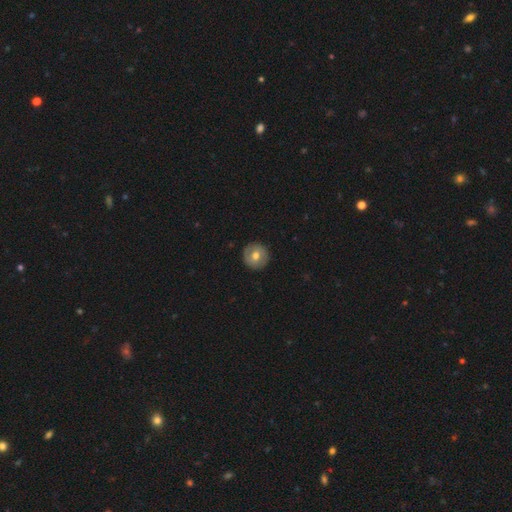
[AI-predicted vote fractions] Q: Smooth or featured?
A: smooth (62%); runner-up: featured or disk (30%)
Q: How rounded?
A: round (95%); runner-up: in between (4%)
Q: Merging?
A: none (90%); runner-up: minor disturbance (7%)